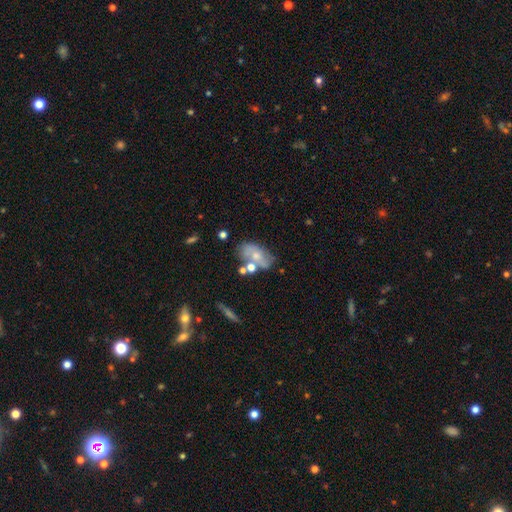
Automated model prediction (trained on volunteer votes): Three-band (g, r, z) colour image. It shows a smooth galaxy with no disk features (48%). Merging: none (44%).